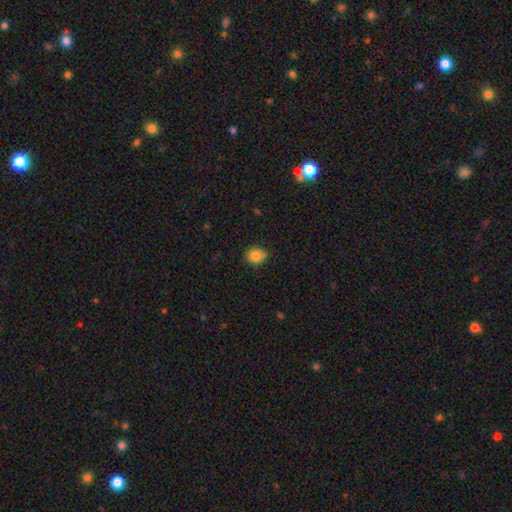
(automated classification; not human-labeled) Overall: smooth (86%). How rounded: round (72%). Merging: none (78%).